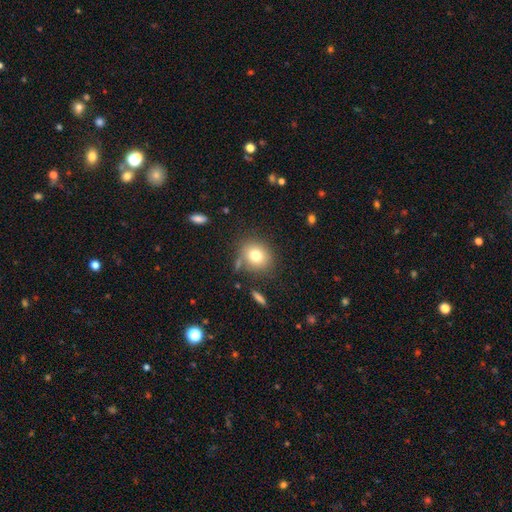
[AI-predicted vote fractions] smooth-or-featured: smooth: 76% | featured or disk: 12% | star or artifact: 12%
  how-rounded: round: 68% | in between: 31% | cigar-shaped: 1%
  merging: none: 75% | minor disturbance: 13% | merger: 6% | major disturbance: 5%